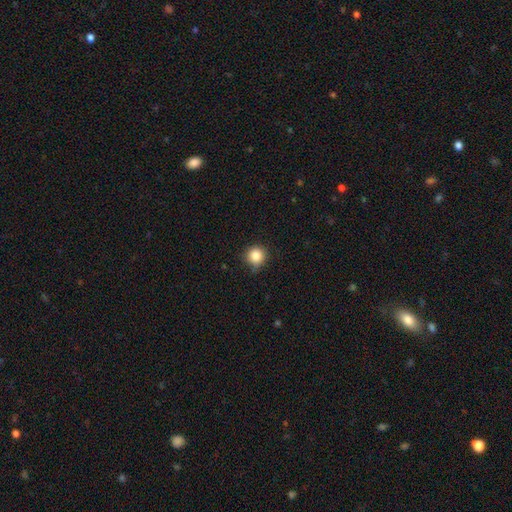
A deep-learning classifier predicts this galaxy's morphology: A smooth galaxy with no disk features (85%) that is round (94%). Merging: none (81%).